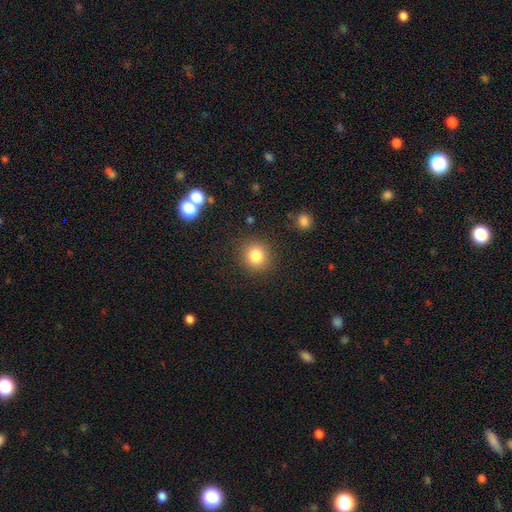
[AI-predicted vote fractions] Smooth or featured?
  - smooth: 82% *
  - star or artifact: 11%
  - featured or disk: 7%
How rounded?
  - round: 88% *
  - in between: 11%
  - cigar-shaped: 1%
Merging?
  - none: 88% *
  - minor disturbance: 8%
  - major disturbance: 3%
  - merger: 2%